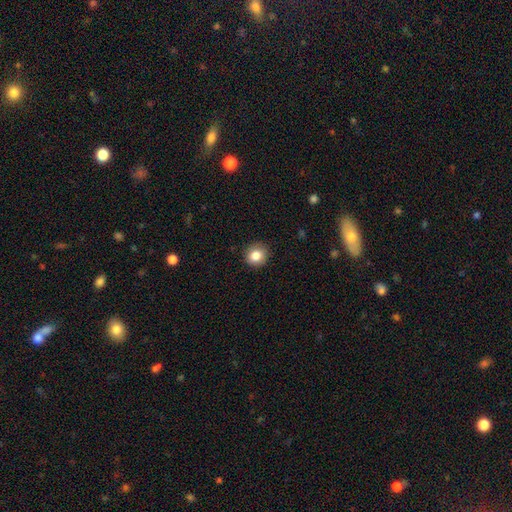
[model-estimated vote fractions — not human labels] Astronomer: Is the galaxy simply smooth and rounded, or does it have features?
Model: smooth — 83%.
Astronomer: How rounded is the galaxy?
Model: round — 89%.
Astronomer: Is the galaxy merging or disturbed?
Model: none — 90%.